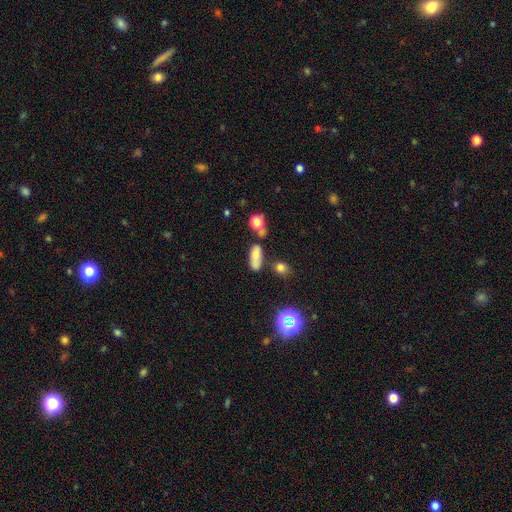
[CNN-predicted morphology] Smooth or featured?
  - smooth: 67% *
  - featured or disk: 19%
  - star or artifact: 14%
How rounded?
  - in between: 72% *
  - cigar-shaped: 21%
  - round: 7%
Merging?
  - none: 55% *
  - minor disturbance: 20%
  - merger: 17%
  - major disturbance: 8%